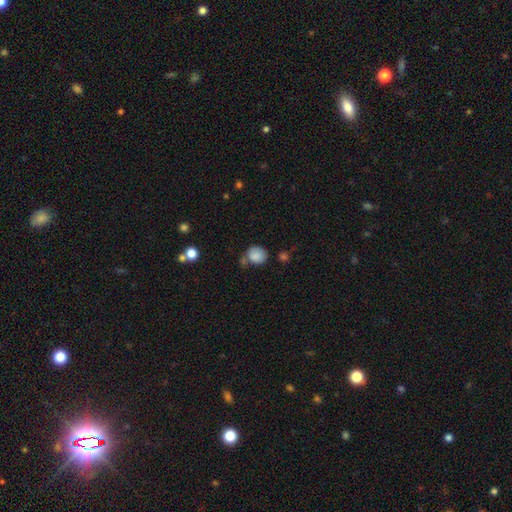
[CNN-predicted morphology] Smooth or featured?
  - smooth: 84% *
  - star or artifact: 9%
  - featured or disk: 7%
How rounded?
  - round: 72% *
  - in between: 27%
  - cigar-shaped: 1%
Merging?
  - none: 56% *
  - minor disturbance: 23%
  - merger: 14%
  - major disturbance: 8%